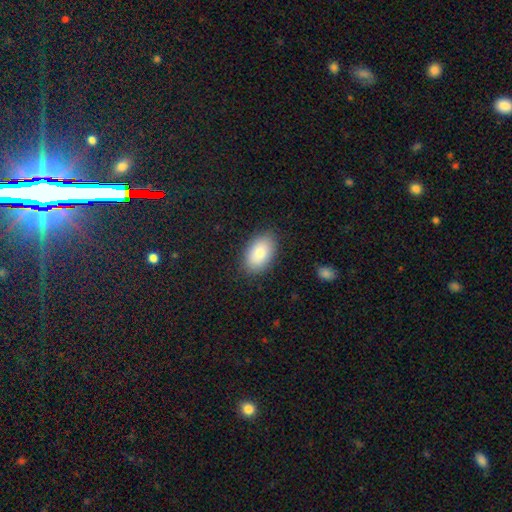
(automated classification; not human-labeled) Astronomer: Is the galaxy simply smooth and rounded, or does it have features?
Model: smooth — 83%.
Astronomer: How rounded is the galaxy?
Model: in between — 92%.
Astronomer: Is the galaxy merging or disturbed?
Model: none — 86%.